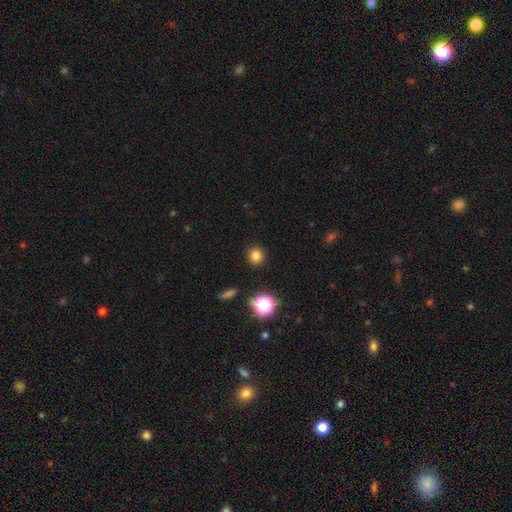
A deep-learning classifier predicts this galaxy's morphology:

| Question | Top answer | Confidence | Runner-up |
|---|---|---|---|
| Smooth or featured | smooth | 80% | star or artifact (16%) |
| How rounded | round | 90% | in between (9%) |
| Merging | none | 91% | minor disturbance (6%) |